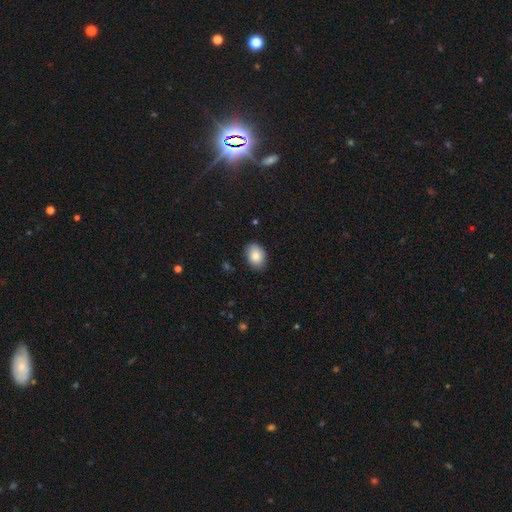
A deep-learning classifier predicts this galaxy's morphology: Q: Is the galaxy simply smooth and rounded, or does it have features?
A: smooth — 85%.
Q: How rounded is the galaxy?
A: in between — 78%.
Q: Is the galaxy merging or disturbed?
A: none — 83%.